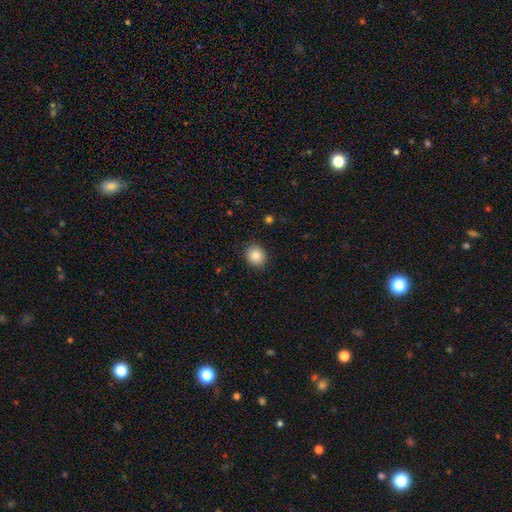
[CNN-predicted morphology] type=smooth (86%); roundness=round (82%); merging=none (89%).